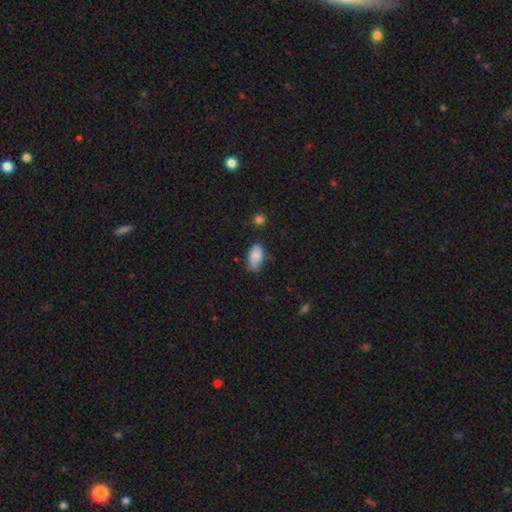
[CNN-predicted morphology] This appears to be a smooth galaxy with no disk features (85%) that is in between round and cigar-shaped (92%). Merging: none (55%).